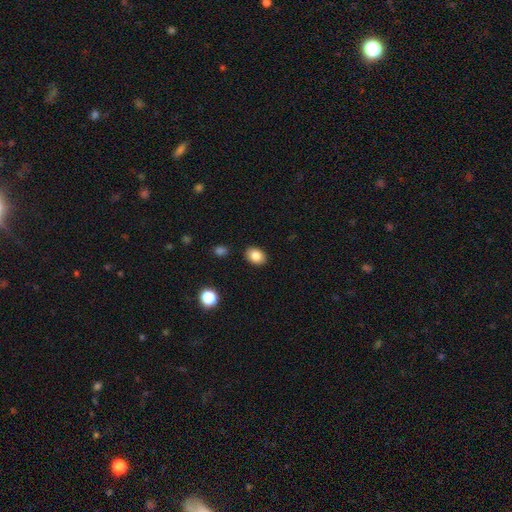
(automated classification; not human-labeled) Smooth or featured: smooth — 84% (star or artifact — 9%)
How rounded: in between — 68% (round — 32%)
Merging: none — 89% (minor disturbance — 8%)